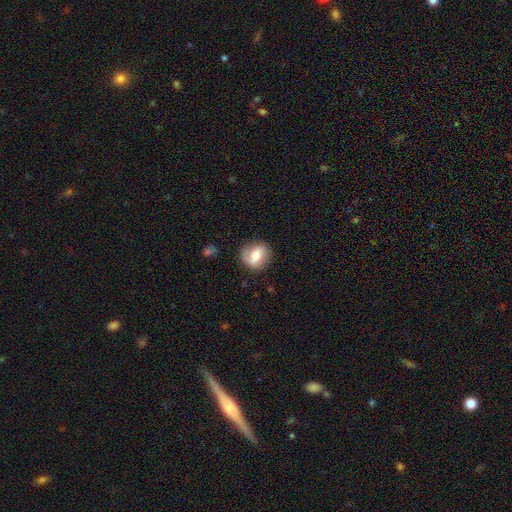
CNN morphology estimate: type=smooth (54%); roundness=round (72%); merging=none (77%).